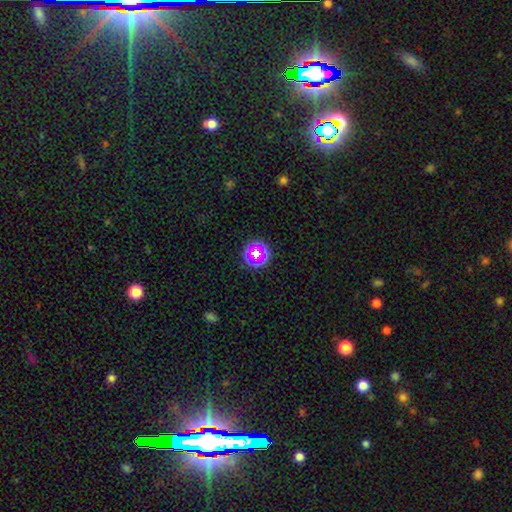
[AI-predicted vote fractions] smooth_or_featured: smooth (p=0.50) [alt: star or artifact p=0.33]
how_rounded: round (p=0.89) [alt: in between p=0.10]
merging: none (p=0.81) [alt: minor disturbance p=0.11]